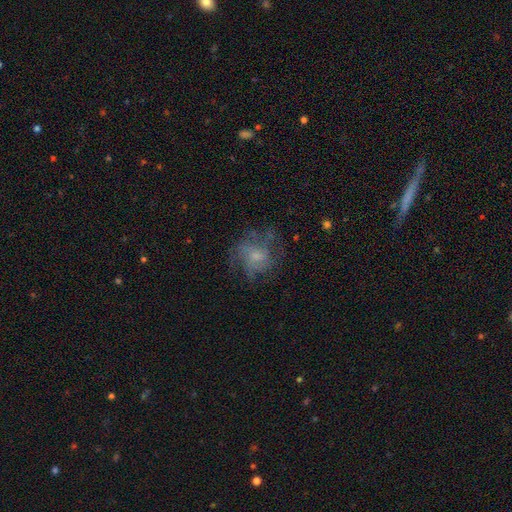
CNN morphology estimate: A featured or disk galaxy (57%) with no bar (74%), spiral arms (73%) and a small central bulge (54%).

Vote fractions:
- Smooth or featured? featured or disk: 57% / smooth: 30% / star or artifact: 13%
- Edge-on disk? no: 97% / yes: 3%
- Bar? no: 74% / weak: 23% / strong: 3%
- Spiral arms? yes: 73% / no: 27%
- Bulge size? small: 54% / moderate: 32% / none: 9% / large: 3% / dominant: 1%
- Merging? none: 58% / major disturbance: 20% / minor disturbance: 20% / merger: 2%